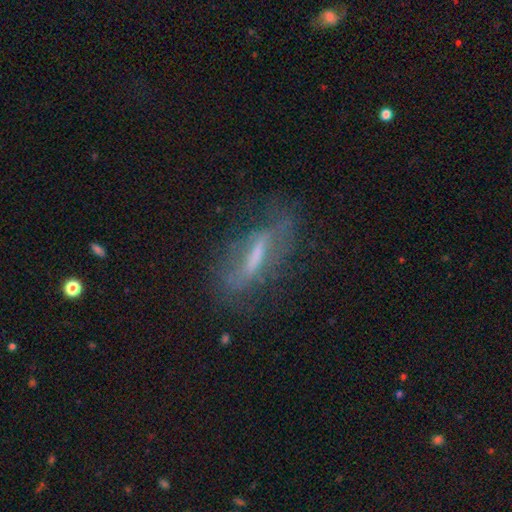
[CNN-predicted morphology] Q: Smooth or featured?
A: featured or disk (58%); runner-up: smooth (32%)
Q: Edge-on disk?
A: no (62%); runner-up: yes (38%)
Q: Merging?
A: none (62%); runner-up: minor disturbance (21%)